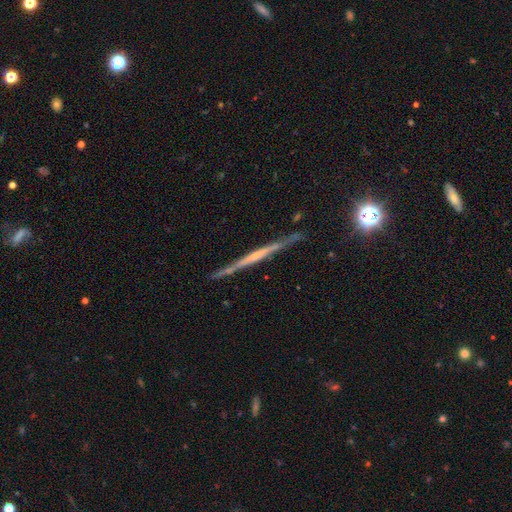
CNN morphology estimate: This appears to be a featured or disk galaxy (77%) viewed edge-on (97%) with no central bulge (52%). Merging: none (82%).